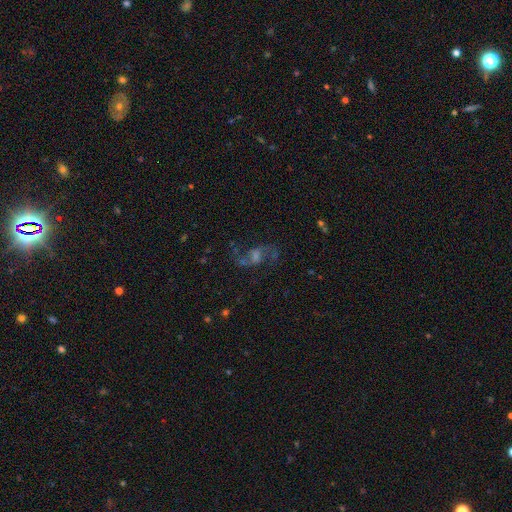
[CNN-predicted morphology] A featured or disk galaxy (71%) with a weak bar (47%), 2 (89%) loose (71%) spiral arms (89%) and a moderate central bulge (34%).

Vote fractions:
- Smooth or featured? featured or disk: 71% / star or artifact: 16% / smooth: 13%
- Edge-on disk? no: 96% / yes: 4%
- Bar? weak: 47% / no: 39% / strong: 14%
- Spiral arms? yes: 89% / no: 11%
- Spiral winding? loose: 71% / medium: 25% / tight: 4%
- Spiral arm count? 2: 89% / can't tell: 4% / 1: 3% / 3: 1% / 4: 1% / more than 4: 1%
- Bulge size? moderate: 34% / small: 32% / none: 22% / large: 10% / dominant: 2%
- Merging? none: 65% / major disturbance: 16% / minor disturbance: 15% / merger: 4%